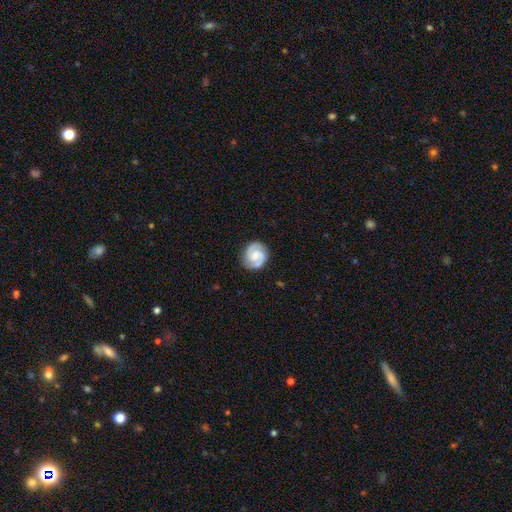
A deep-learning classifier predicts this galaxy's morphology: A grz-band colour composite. It shows a featured or disk galaxy (77%) with no bar (48%), 2 (86%) medium (45%, tied with tight) spiral arms (97%) and a small central bulge (37%). Merging: none (83%).